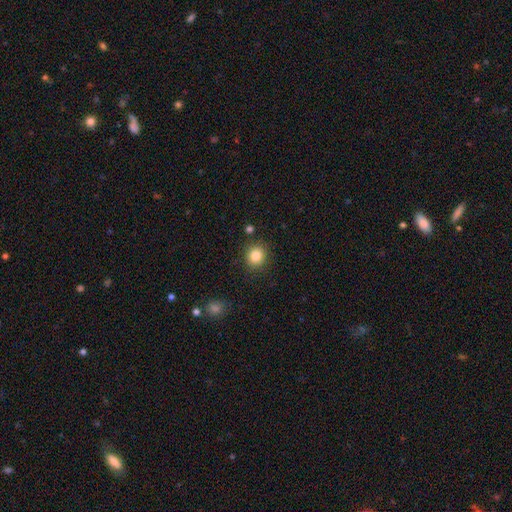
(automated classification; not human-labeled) Q: Smooth or featured?
A: smooth (84%); runner-up: star or artifact (10%)
Q: How rounded?
A: round (83%); runner-up: in between (16%)
Q: Merging?
A: none (87%); runner-up: minor disturbance (8%)